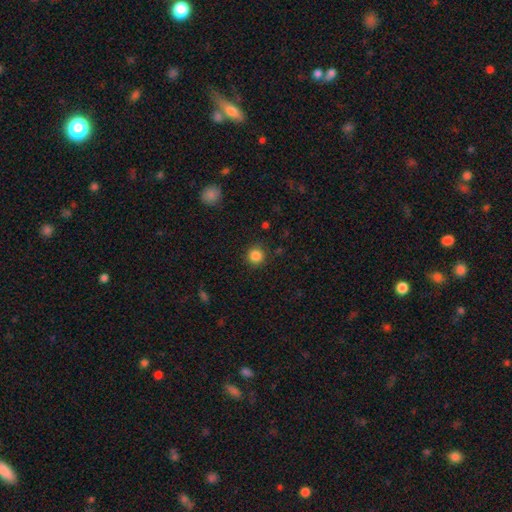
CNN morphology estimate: smooth-or-featured: smooth: 85% | star or artifact: 11% | featured or disk: 4%
  how-rounded: round: 94% | in between: 5% | cigar-shaped: 1%
  merging: none: 88% | minor disturbance: 8% | major disturbance: 3% | merger: 1%